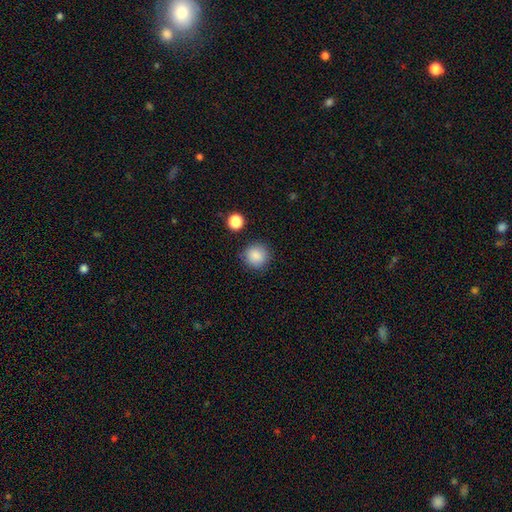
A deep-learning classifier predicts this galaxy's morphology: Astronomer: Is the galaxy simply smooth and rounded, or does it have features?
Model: smooth — 87%.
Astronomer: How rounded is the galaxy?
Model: round — 93%.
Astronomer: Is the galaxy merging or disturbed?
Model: none — 86%.